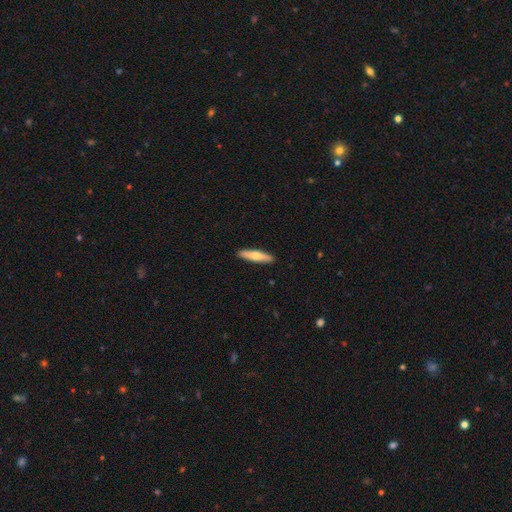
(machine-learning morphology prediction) Q: Smooth or featured?
A: smooth (64%); runner-up: featured or disk (31%)
Q: How rounded?
A: cigar-shaped (82%); runner-up: in between (16%)
Q: Merging?
A: none (91%); runner-up: minor disturbance (6%)